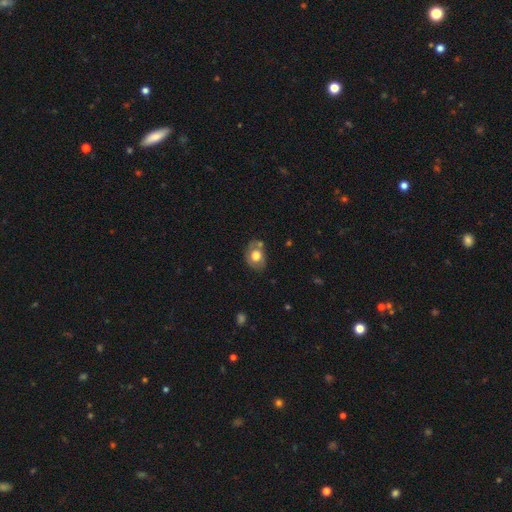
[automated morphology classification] Q: Smooth or featured?
A: smooth (62%); runner-up: featured or disk (30%)
Q: How rounded?
A: in between (59%); runner-up: round (40%)
Q: Merging?
A: none (60%); runner-up: minor disturbance (24%)